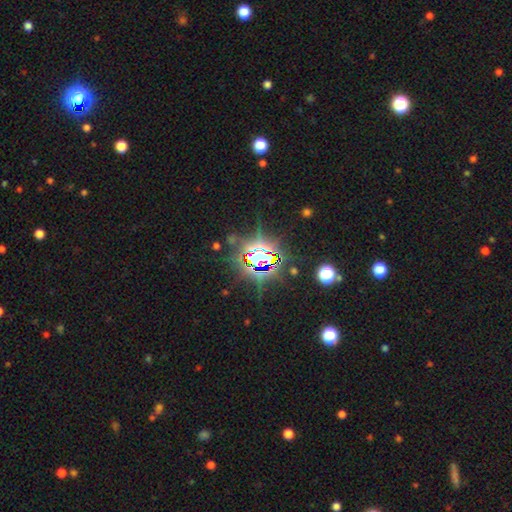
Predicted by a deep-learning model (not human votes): Overall: star or artifact (84%).